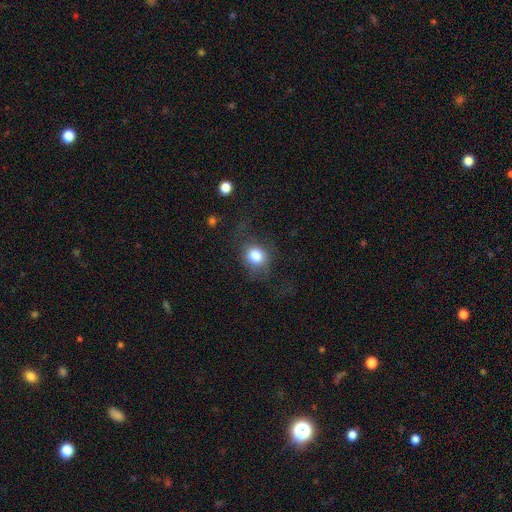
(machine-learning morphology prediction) This is clearly a smooth galaxy (80%). How rounded: likely round (70%). Merging: likely none (61%).